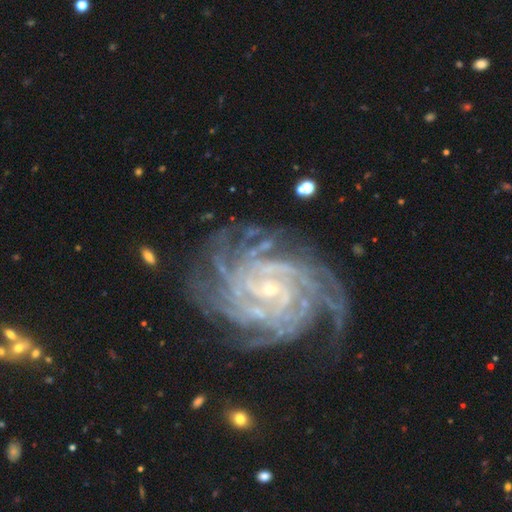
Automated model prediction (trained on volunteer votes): Q: Smooth or featured?
A: featured or disk (91%); runner-up: star or artifact (6%)
Q: Edge-on disk?
A: no (97%); runner-up: yes (3%)
Q: Bar?
A: no (48%); runner-up: weak (36%)
Q: Spiral arms?
A: yes (98%); runner-up: no (2%)
Q: Spiral winding?
A: tight (77%); runner-up: medium (20%)
Q: Spiral arm count?
A: more than 4 (34%); runner-up: 4 (22%)
Q: Bulge size?
A: small (84%); runner-up: moderate (12%)
Q: Merging?
A: none (71%); runner-up: minor disturbance (17%)